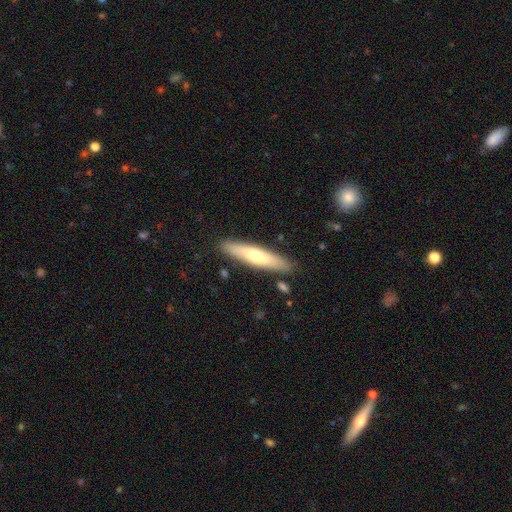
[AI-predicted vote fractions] Smooth or featured? smooth (59%)
How rounded? cigar-shaped (80%)
Merging? none (86%)